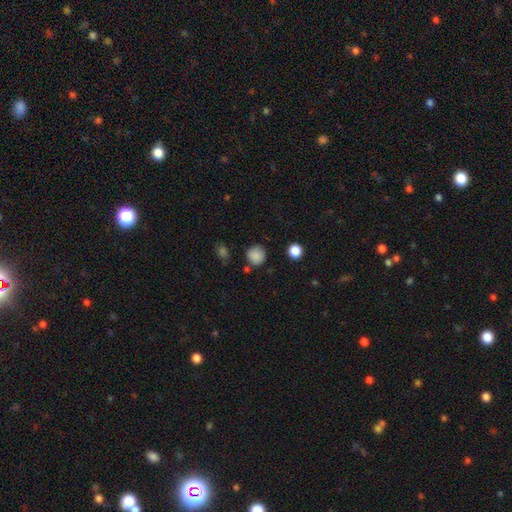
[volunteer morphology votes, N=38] smooth-or-featured: smooth: 95% | star or artifact: 5% | featured or disk: 0%
  how-rounded: round: 97% | in between: 3% | cigar-shaped: 0%
  merging: none: 69% | minor disturbance: 22% | merger: 6% | major disturbance: 3%